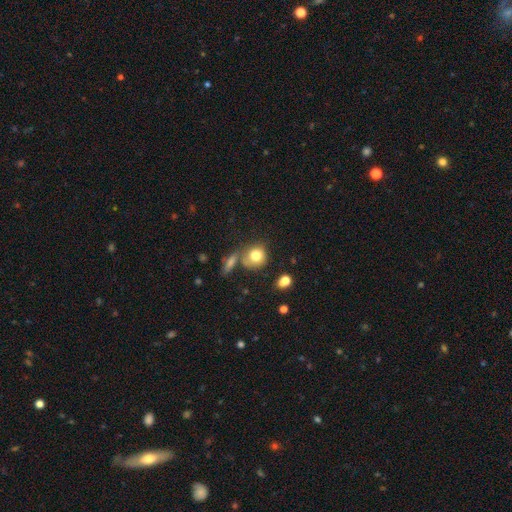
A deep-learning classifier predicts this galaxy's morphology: Q: Smooth or featured?
A: smooth (78%); runner-up: featured or disk (12%)
Q: How rounded?
A: round (77%); runner-up: in between (21%)
Q: Merging?
A: none (55%); runner-up: merger (22%)